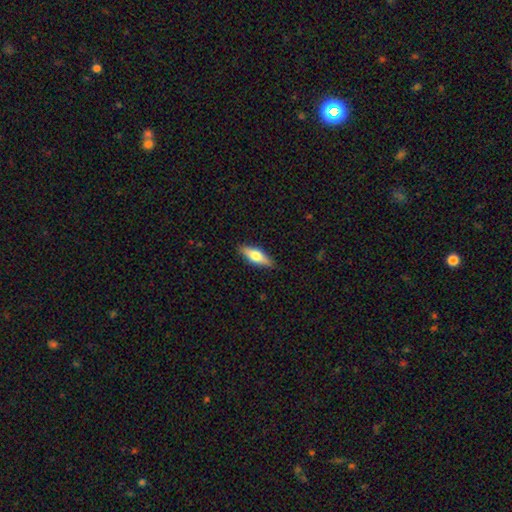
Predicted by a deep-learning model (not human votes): smooth-or-featured: smooth: 60% | featured or disk: 34% | star or artifact: 6%
  how-rounded: in between: 58% | cigar-shaped: 39% | round: 3%
  merging: none: 87% | minor disturbance: 10% | major disturbance: 2% | merger: 1%